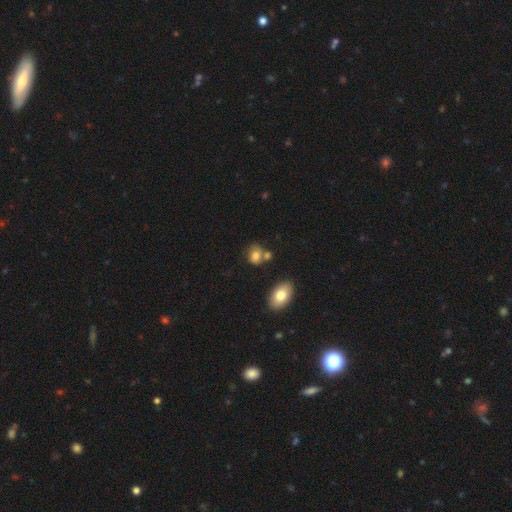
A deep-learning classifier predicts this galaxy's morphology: Q: Smooth or featured?
A: smooth (77%); runner-up: featured or disk (12%)
Q: How rounded?
A: round (51%); runner-up: in between (47%)
Q: Merging?
A: none (56%); runner-up: merger (21%)